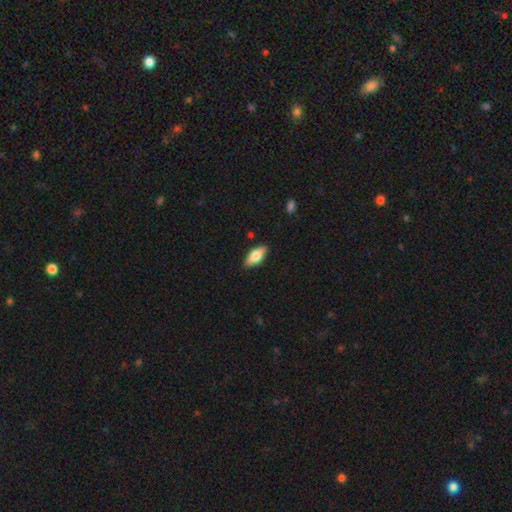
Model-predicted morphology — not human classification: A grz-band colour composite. It shows a smooth galaxy with no disk features (69%) that is in between round and cigar-shaped (81%). Merging: none (87%).